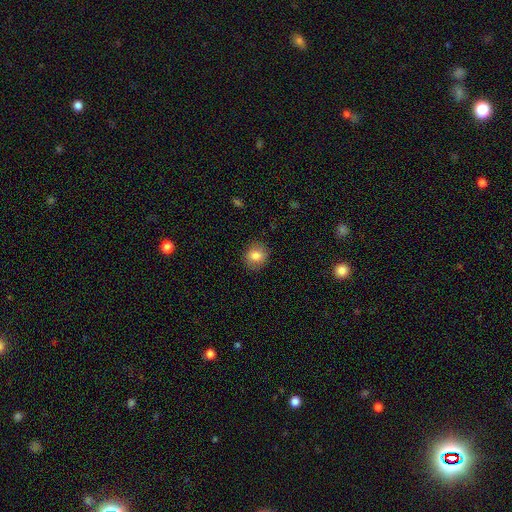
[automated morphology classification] Q: Smooth or featured?
A: smooth (82%); runner-up: star or artifact (9%)
Q: How rounded?
A: round (76%); runner-up: in between (23%)
Q: Merging?
A: none (87%); runner-up: minor disturbance (9%)